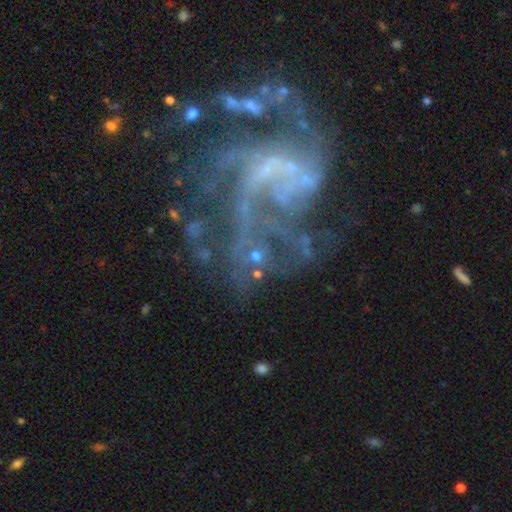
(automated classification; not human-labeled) Smooth or featured? featured or disk (59%)
Edge-on disk? no (97%)
Bar? no (61%)
Spiral arms? yes (75%)
Bulge size? small (45%)
Merging? none (51%)